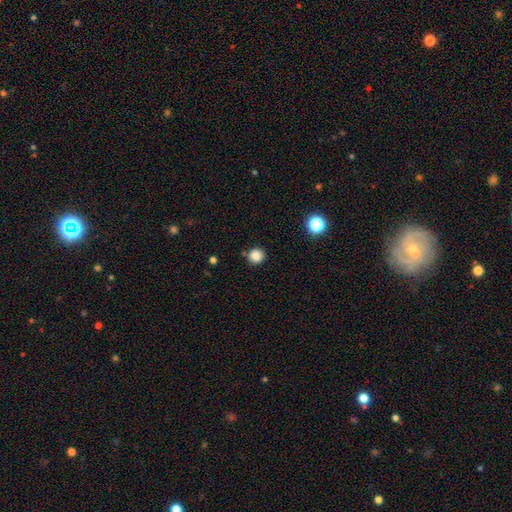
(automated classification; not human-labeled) Smooth or featured? smooth (84%)
How rounded? round (92%)
Merging? none (82%)